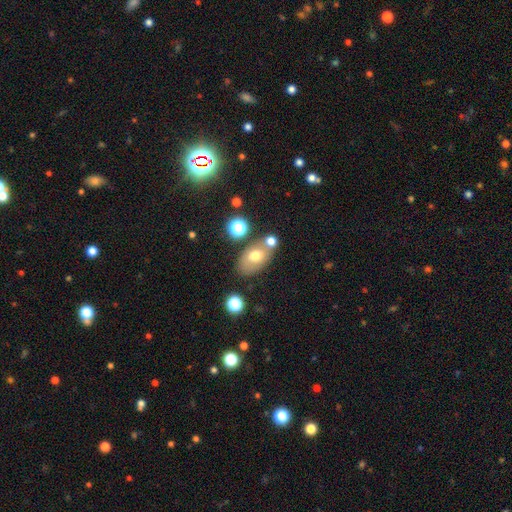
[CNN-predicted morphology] Smooth or featured?
  - smooth: 63% *
  - featured or disk: 26%
  - star or artifact: 11%
How rounded?
  - in between: 86% *
  - round: 12%
  - cigar-shaped: 2%
Merging?
  - none: 61% *
  - merger: 18%
  - minor disturbance: 16%
  - major disturbance: 5%